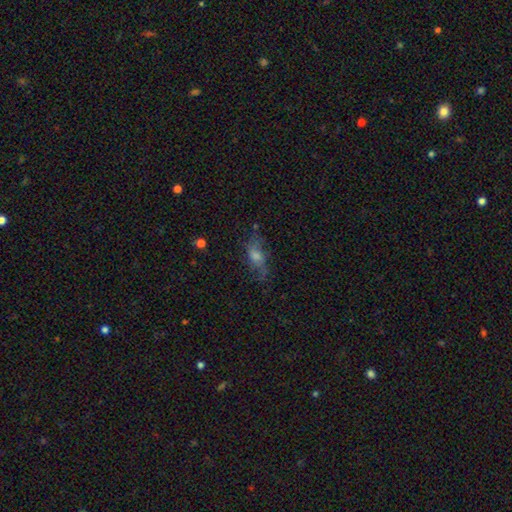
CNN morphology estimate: Smooth or featured?
  - featured or disk: 46% *
  - smooth: 39%
  - star or artifact: 15%
Merging?
  - none: 60% *
  - minor disturbance: 22%
  - major disturbance: 16%
  - merger: 2%